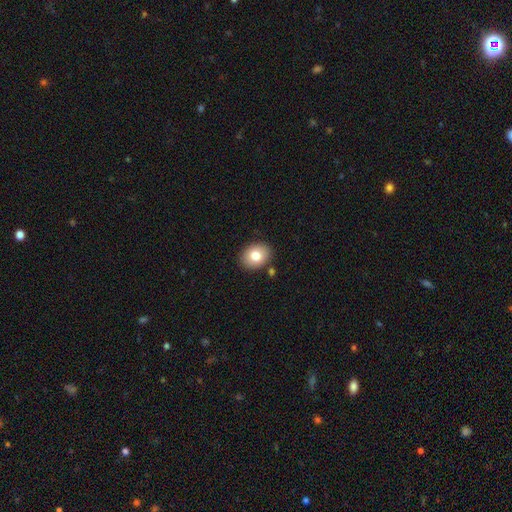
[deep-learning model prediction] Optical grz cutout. It shows a smooth galaxy with no disk features (79%) that is in between round and cigar-shaped (61%). Merging: none (85%).